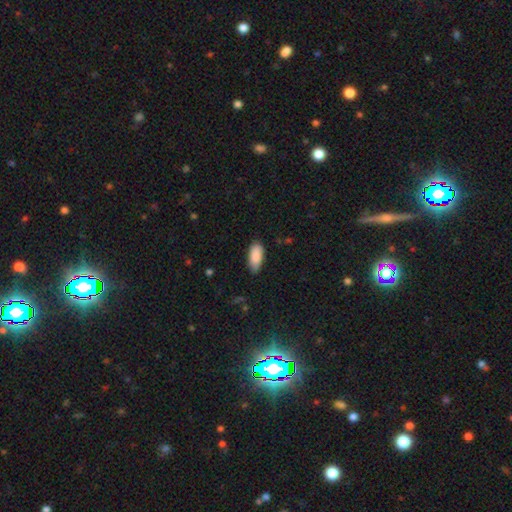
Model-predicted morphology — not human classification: Smooth or featured? Predicted: smooth (p=0.89). How rounded? Predicted: in between (p=0.88). Merging? Predicted: none (p=0.80).